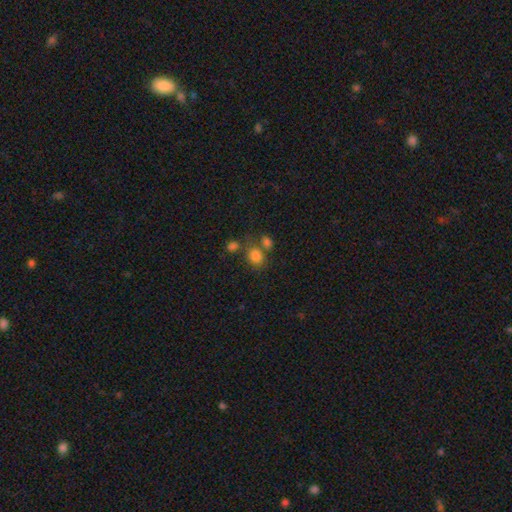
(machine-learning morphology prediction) smooth-or-featured: smooth: 80% | star or artifact: 13% | featured or disk: 7%
  how-rounded: round: 54% | in between: 45% | cigar-shaped: 1%
  merging: none: 57% | merger: 26% | minor disturbance: 12% | major disturbance: 5%